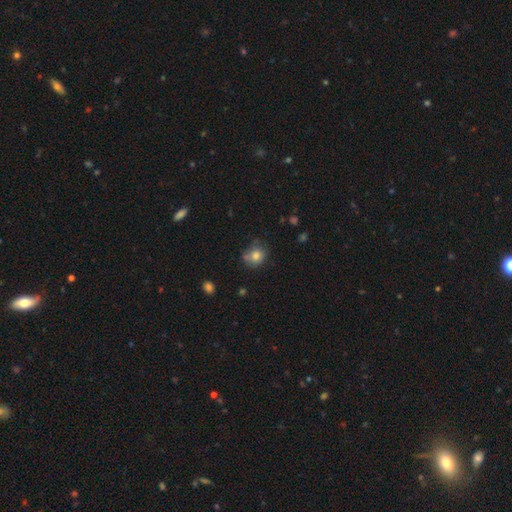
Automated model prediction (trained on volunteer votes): smooth_or_featured: smooth (p=0.78) [alt: star or artifact p=0.11]
how_rounded: round (p=0.72) [alt: in between p=0.28]
merging: none (p=0.60) [alt: minor disturbance p=0.24]